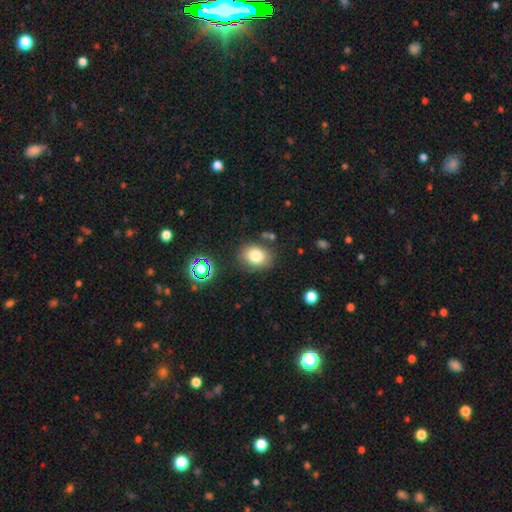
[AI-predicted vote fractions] Morphology: type=smooth (79%); roundness=in between (54%); merging=none (79%).